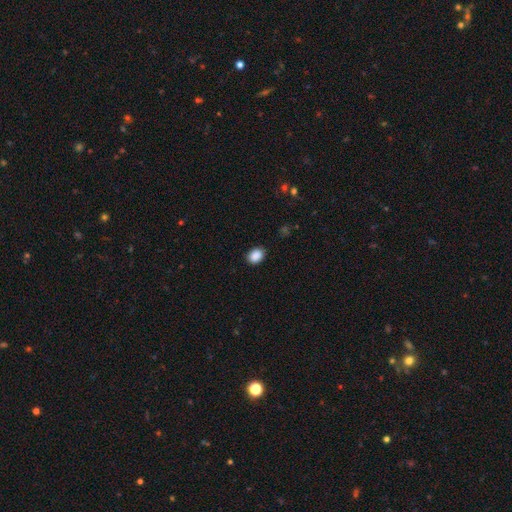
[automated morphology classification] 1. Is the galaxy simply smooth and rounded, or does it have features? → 88% smooth, 9% star or artifact, 3% featured or disk.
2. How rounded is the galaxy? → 55% in between, 44% round, 1% cigar-shaped.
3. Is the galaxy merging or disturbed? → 85% none, 11% minor disturbance, 2% major disturbance, 1% merger.